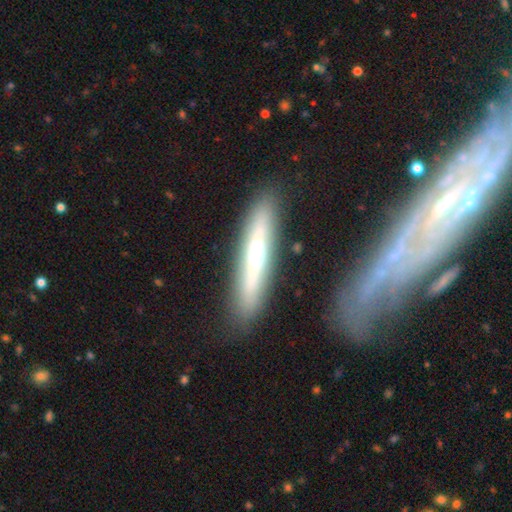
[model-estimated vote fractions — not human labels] A featured or disk galaxy (61%) viewed edge-on (82%). Merging: none (81%).